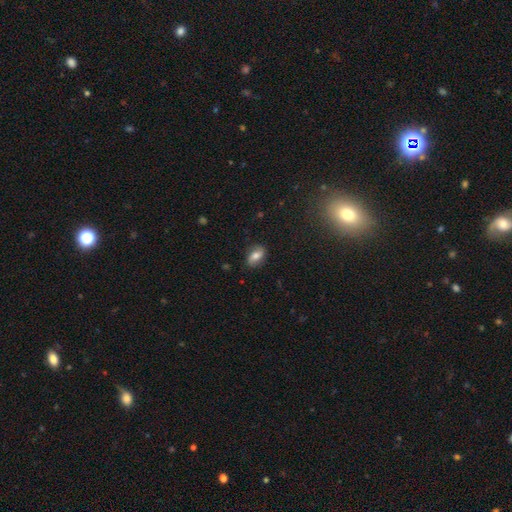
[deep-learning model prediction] Smooth or featured?
  - smooth: 62% *
  - featured or disk: 28%
  - star or artifact: 9%
How rounded?
  - in between: 84% *
  - round: 14%
  - cigar-shaped: 3%
Merging?
  - none: 81% *
  - minor disturbance: 14%
  - major disturbance: 4%
  - merger: 1%